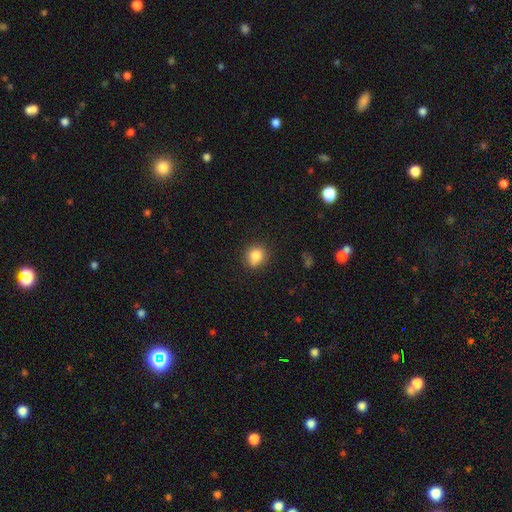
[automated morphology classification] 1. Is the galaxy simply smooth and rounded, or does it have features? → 83% smooth, 10% star or artifact, 7% featured or disk.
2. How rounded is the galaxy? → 76% round, 23% in between, 1% cigar-shaped.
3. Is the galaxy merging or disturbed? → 76% none, 17% minor disturbance, 4% major disturbance, 4% merger.